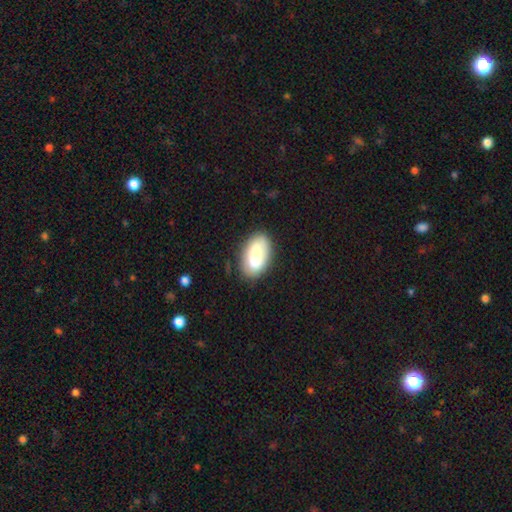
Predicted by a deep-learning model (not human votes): Smooth or featured?
  - smooth: 75% *
  - featured or disk: 18%
  - star or artifact: 7%
How rounded?
  - in between: 93% *
  - round: 4%
  - cigar-shaped: 3%
Merging?
  - none: 75% *
  - minor disturbance: 17%
  - major disturbance: 5%
  - merger: 3%